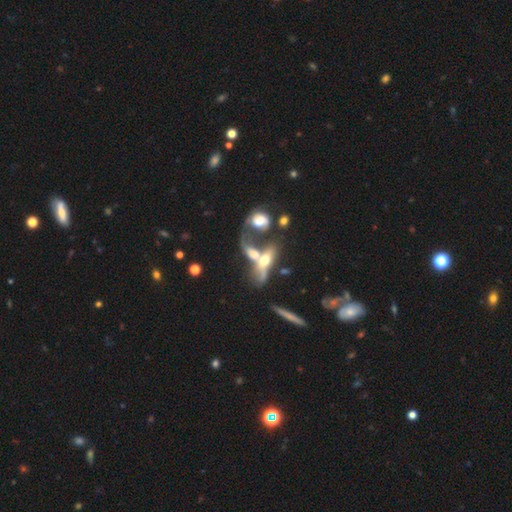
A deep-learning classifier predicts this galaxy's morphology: A featured or disk galaxy (58%) viewed edge-on (56%).

Vote fractions:
- Smooth or featured? featured or disk: 58% / smooth: 31% / star or artifact: 11%
- Edge-on disk? yes: 56% / no: 44%
- Merging? merger: 59% / none: 21% / major disturbance: 11% / minor disturbance: 9%